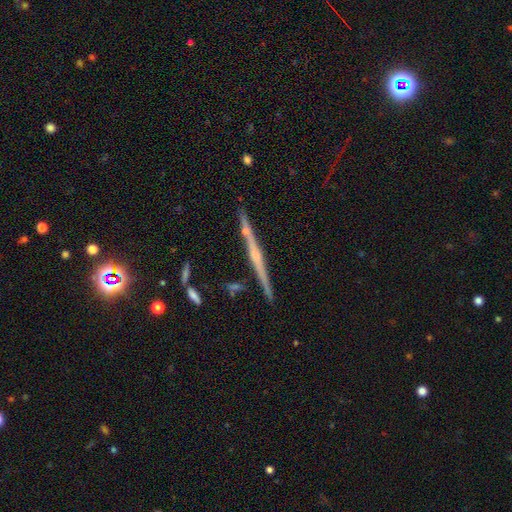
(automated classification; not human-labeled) This is likely a featured or disk galaxy (75%). It is clearly viewed edge-on (98%). Edge-on bulge: possibly rounded (46%). Merging: clearly none (87%).